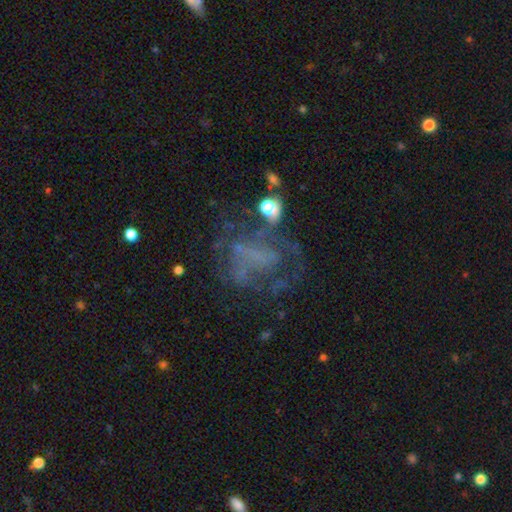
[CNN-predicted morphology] featured or disk 58%, star or artifact 22%, smooth 20%. Down the decision tree: edge-on disk — no (97%); bar — no (74%); spiral arms — no (64%); bulge size — none (73%); merging — none (41%).